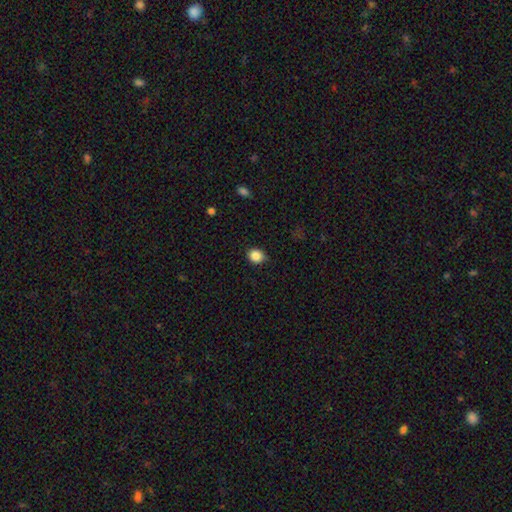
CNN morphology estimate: Overall: smooth (86%). How rounded: round (59%; in between 40%). Merging: none (83%).